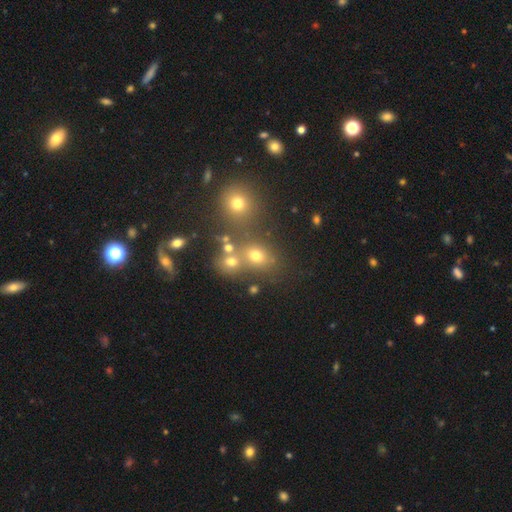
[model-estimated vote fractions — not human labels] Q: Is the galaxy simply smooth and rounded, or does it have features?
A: smooth — 68%.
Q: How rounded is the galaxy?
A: round — 62%.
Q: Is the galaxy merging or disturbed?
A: none — 55%.